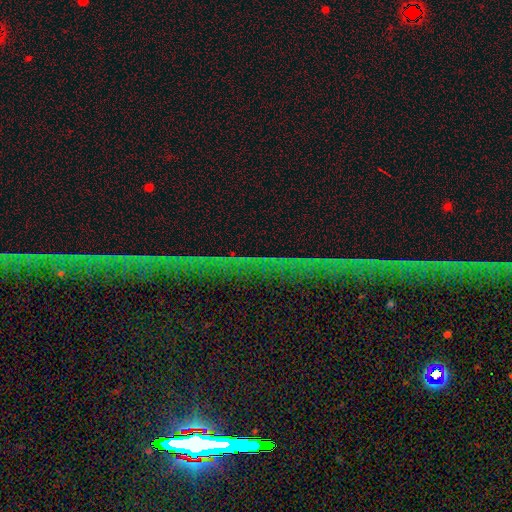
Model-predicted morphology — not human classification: This is likely a star or artifact rather than a galaxy (76%).